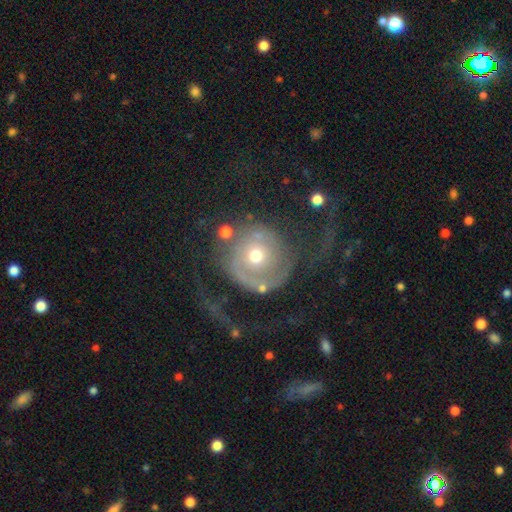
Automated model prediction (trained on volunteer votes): smooth_or_featured: featured or disk (p=0.66) [alt: smooth p=0.25]
disk_edge_on: no (p=0.97) [alt: yes p=0.03]
bar: no (p=0.80) [alt: weak p=0.16]
has_spiral_arms: yes (p=0.74) [alt: no p=0.26]
bulge_size: moderate (p=0.58) [alt: small p=0.34]
merging: none (p=0.41) [alt: major disturbance p=0.37]